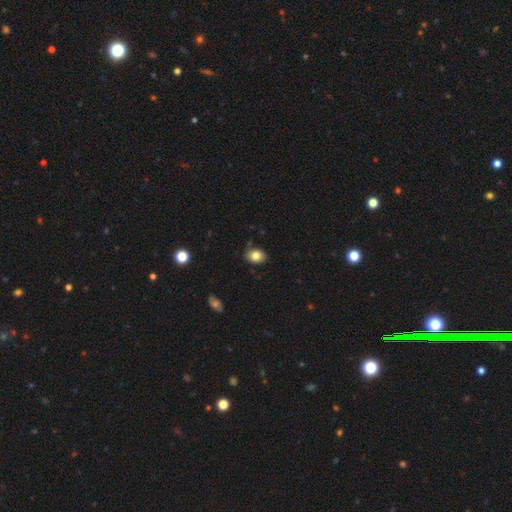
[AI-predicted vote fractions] This appears to be a smooth galaxy with no disk features (84%) that is in between round and cigar-shaped (67%). Merging: none (82%).